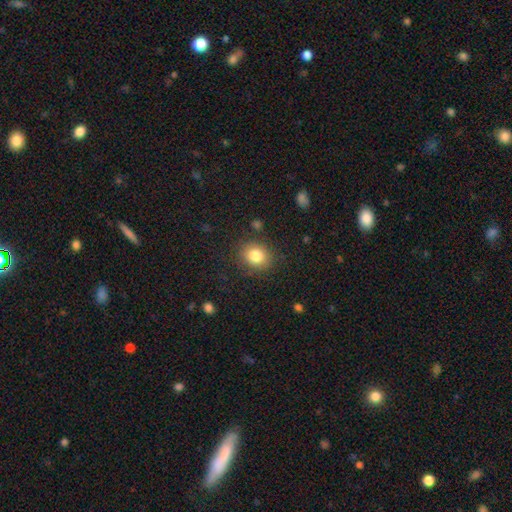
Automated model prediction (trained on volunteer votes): Smooth or featured?
  - smooth: 82% *
  - star or artifact: 10%
  - featured or disk: 8%
How rounded?
  - round: 66% *
  - in between: 33%
  - cigar-shaped: 1%
Merging?
  - none: 85% *
  - minor disturbance: 10%
  - major disturbance: 3%
  - merger: 2%